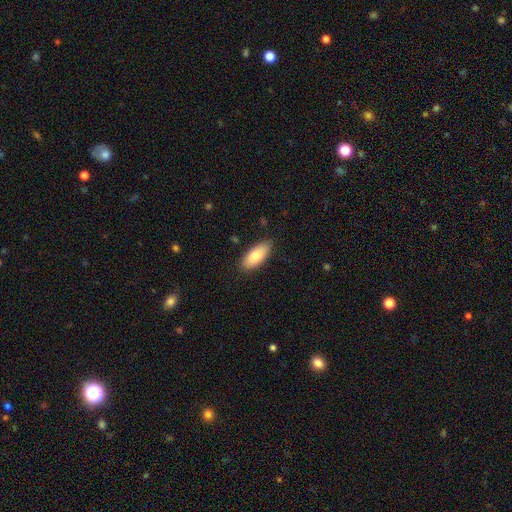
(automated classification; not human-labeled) Overall: smooth (79%). How rounded: in between (83%). Merging: none (85%).